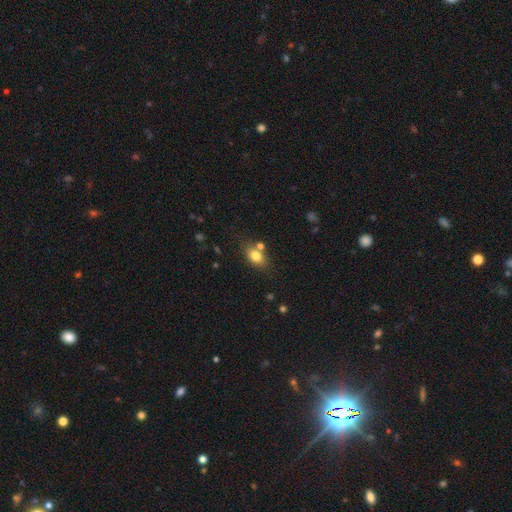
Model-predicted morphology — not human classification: type=smooth (78%); roundness=in between (79%); merging=none (67%).